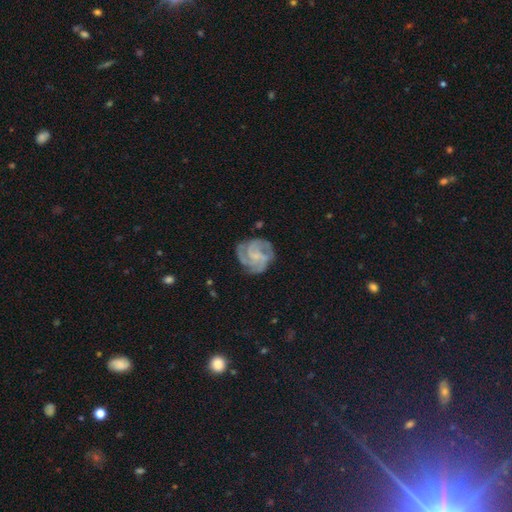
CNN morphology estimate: A featured or disk galaxy (84%) with no bar (50%), 3 (43%) tight (50%) spiral arms (96%) and a small central bulge (52%).

Vote fractions:
- Smooth or featured? featured or disk: 84% / smooth: 10% / star or artifact: 6%
- Edge-on disk? no: 98% / yes: 2%
- Bar? no: 50% / weak: 40% / strong: 9%
- Spiral arms? yes: 96% / no: 4%
- Spiral winding? tight: 50% / medium: 41% / loose: 9%
- Spiral arm count? 3: 43% / 4: 24% / can't tell: 13% / 2: 9% / more than 4: 5% / 1: 5%
- Bulge size? small: 52% / none: 29% / moderate: 16% / large: 1% / dominant: 1%
- Merging? none: 75% / minor disturbance: 17% / major disturbance: 7% / merger: 1%